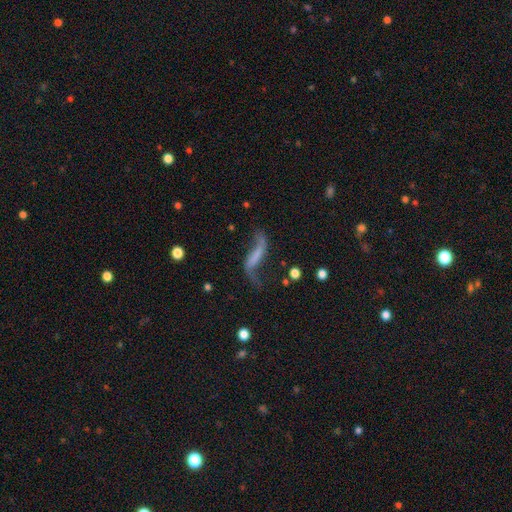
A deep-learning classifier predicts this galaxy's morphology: Smooth or featured: featured or disk — 74% (smooth — 16%)
Edge-on disk: no — 89% (yes — 11%)
Bar: strong — 41% (no — 30%)
Spiral arms: yes — 90% (no — 10%)
Spiral winding: loose — 93% (medium — 5%)
Spiral arm count: 2 — 91% (1 — 5%)
Bulge size: none — 68% (small — 17%)
Merging: none — 58% (minor disturbance — 20%)